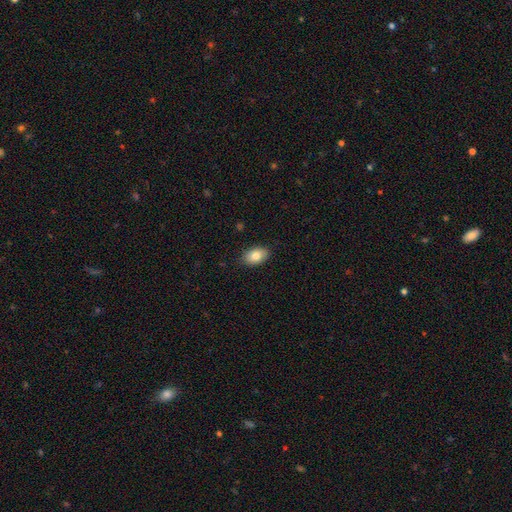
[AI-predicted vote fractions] smooth-or-featured: smooth: 82% | featured or disk: 11% | star or artifact: 7%
  how-rounded: in between: 90% | round: 8% | cigar-shaped: 2%
  merging: none: 87% | minor disturbance: 10% | major disturbance: 2% | merger: 1%